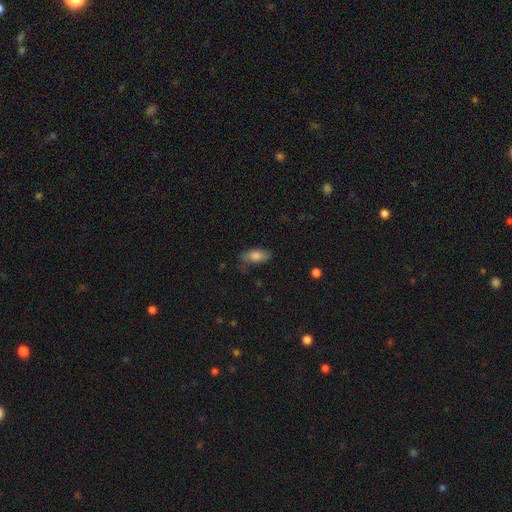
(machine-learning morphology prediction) smooth 80%, featured or disk 12%, star or artifact 8%. Down the decision tree: how rounded — in between (88%); merging — none (65%).